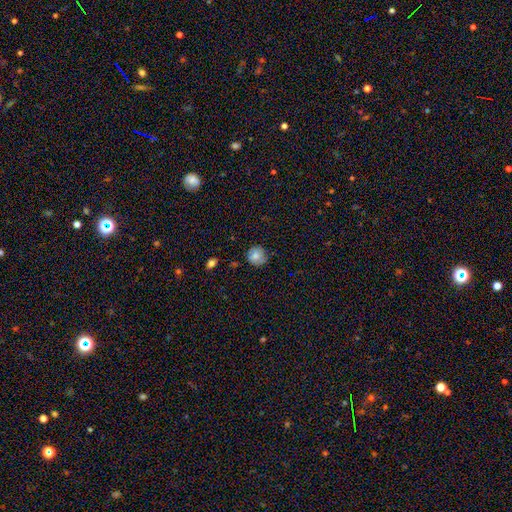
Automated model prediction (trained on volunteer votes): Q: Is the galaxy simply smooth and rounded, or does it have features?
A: smooth — 76%.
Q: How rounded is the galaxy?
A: round — 91%.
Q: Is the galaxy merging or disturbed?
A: none — 77%.